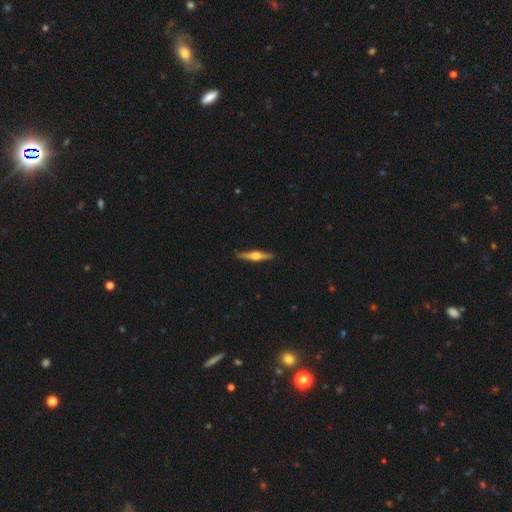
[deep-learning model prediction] This is likely a featured or disk galaxy (76%). It is clearly viewed edge-on (98%). Edge-on bulge: clearly rounded (94%). Merging: clearly none (91%).